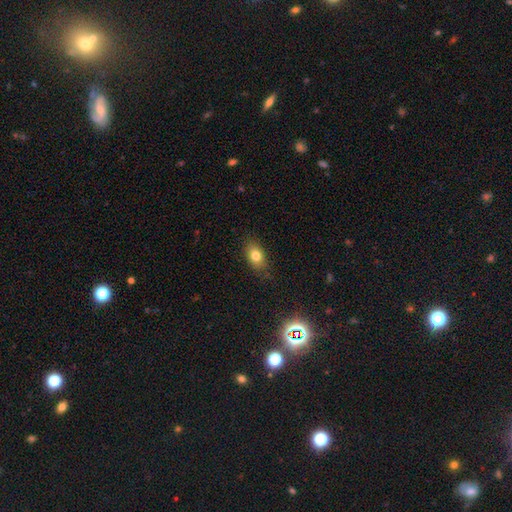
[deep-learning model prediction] The model was most divided on "how rounded": in between: 82%, round: 16%, cigar-shaped: 3%. More confident: merging — none (81%); smooth or featured — smooth (79%).